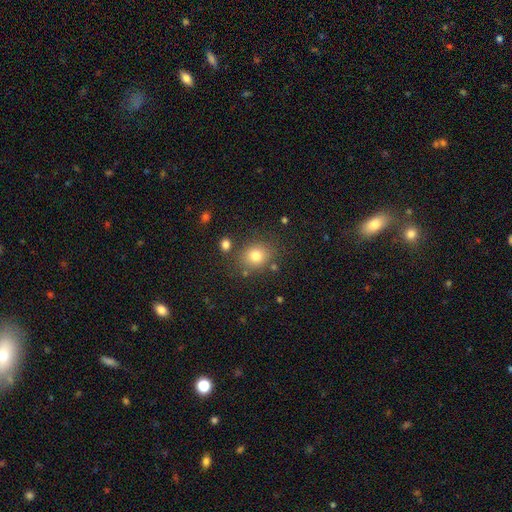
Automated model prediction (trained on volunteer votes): A smooth galaxy with no disk features (78%) that is round (65%). Merging: none (79%).